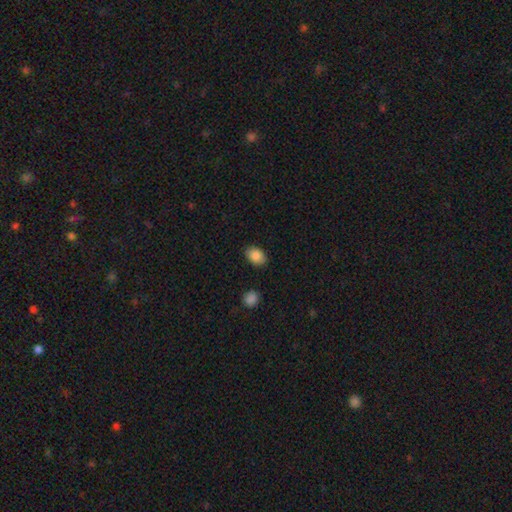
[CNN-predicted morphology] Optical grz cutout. It shows a smooth galaxy with no disk features (87%) that is in between round and cigar-shaped (79%). Merging: none (86%).